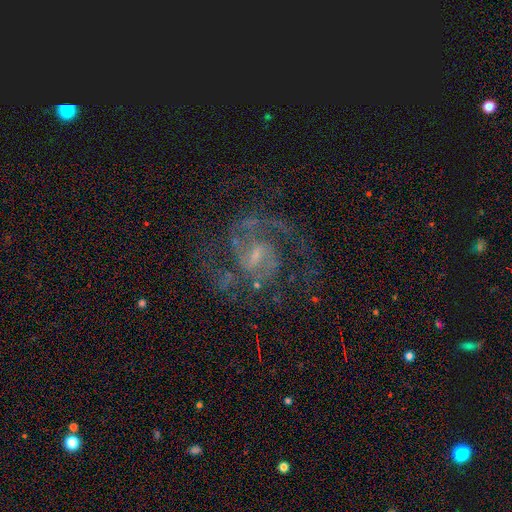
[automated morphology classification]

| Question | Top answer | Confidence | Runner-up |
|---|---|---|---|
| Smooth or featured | featured or disk | 88% | star or artifact (8%) |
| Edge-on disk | no | 98% | yes (2%) |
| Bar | weak | 59% | no (25%) |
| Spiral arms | yes | 97% | no (3%) |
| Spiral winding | medium | 59% | tight (26%) |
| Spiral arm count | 2 | 78% | can't tell (7%) |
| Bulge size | small | 58% | moderate (23%) |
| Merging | none | 69% | minor disturbance (15%) |